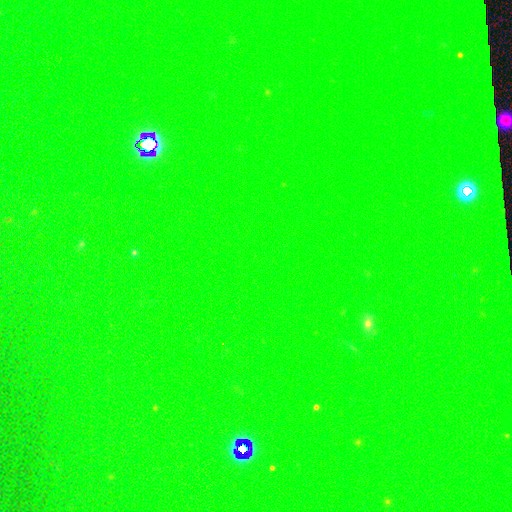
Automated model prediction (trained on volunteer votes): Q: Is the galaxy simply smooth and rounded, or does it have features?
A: star or artifact — 76%.